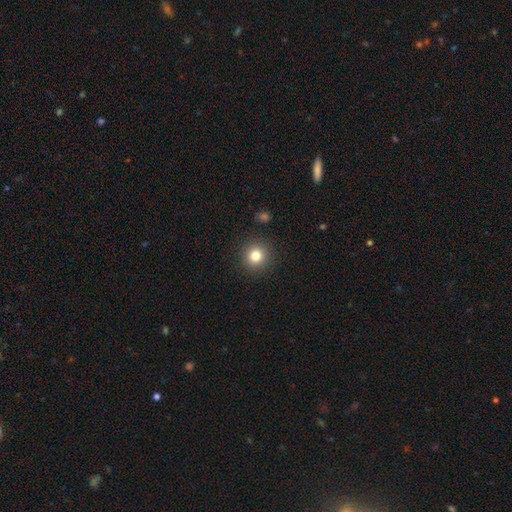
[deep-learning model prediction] The model was most divided on "smooth or featured": smooth: 81%, star or artifact: 12%, featured or disk: 7%. More confident: how rounded — round (93%); merging — none (91%).